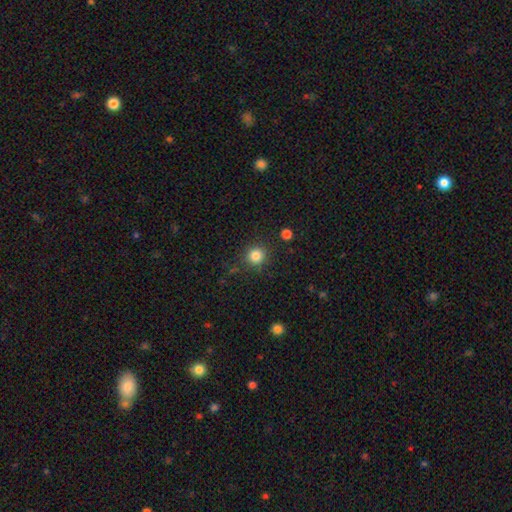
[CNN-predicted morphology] A smooth galaxy with no disk features (84%) that is round (93%). Merging: none (88%).